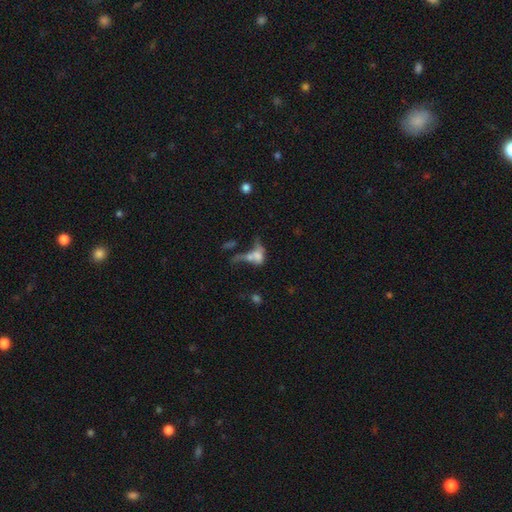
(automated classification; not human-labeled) Overall: smooth (53%; featured or disk 32%). How rounded: in between (72%). Merging: merger (43%; major disturbance 28%).